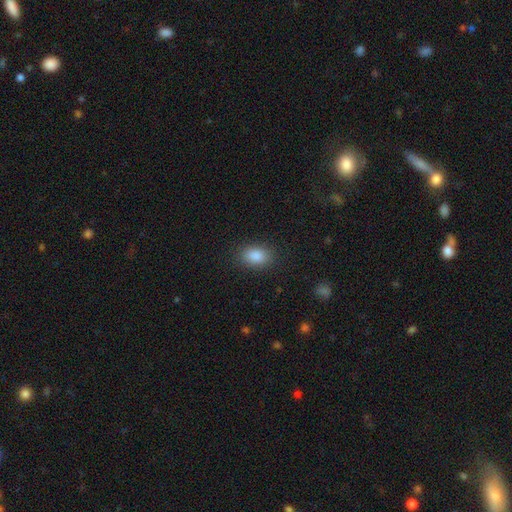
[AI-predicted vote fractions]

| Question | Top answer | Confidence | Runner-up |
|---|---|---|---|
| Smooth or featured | smooth | 86% | star or artifact (9%) |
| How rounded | in between | 79% | round (19%) |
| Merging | none | 87% | minor disturbance (9%) |